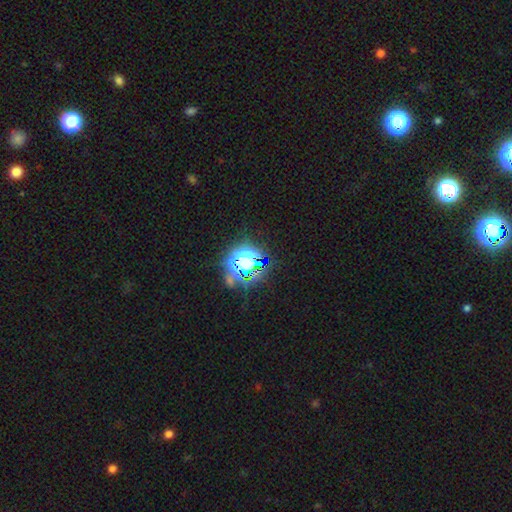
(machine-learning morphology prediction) This appears to be a star or artifact, not a galaxy (81%).